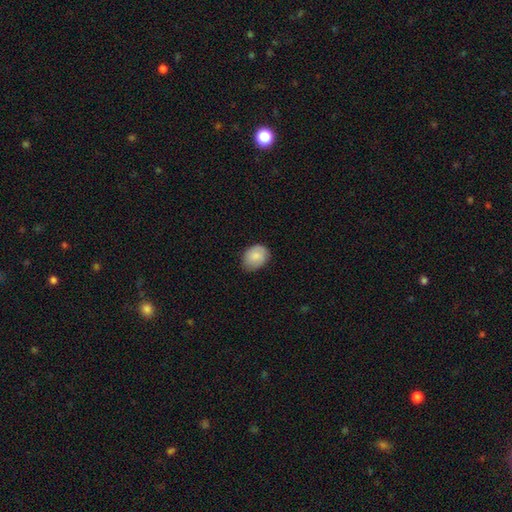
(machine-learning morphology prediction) Smooth or featured?
  - smooth: 84% *
  - featured or disk: 9%
  - star or artifact: 7%
How rounded?
  - in between: 60% *
  - round: 39%
  - cigar-shaped: 1%
Merging?
  - none: 76% *
  - minor disturbance: 20%
  - major disturbance: 3%
  - merger: 1%